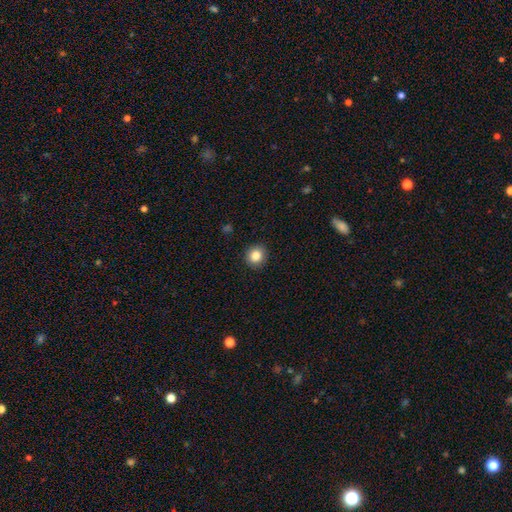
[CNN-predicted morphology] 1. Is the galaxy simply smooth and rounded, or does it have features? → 86% smooth, 10% star or artifact, 5% featured or disk.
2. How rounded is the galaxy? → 89% round, 10% in between, 1% cigar-shaped.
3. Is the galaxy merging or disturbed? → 91% none, 6% minor disturbance, 2% major disturbance, 1% merger.